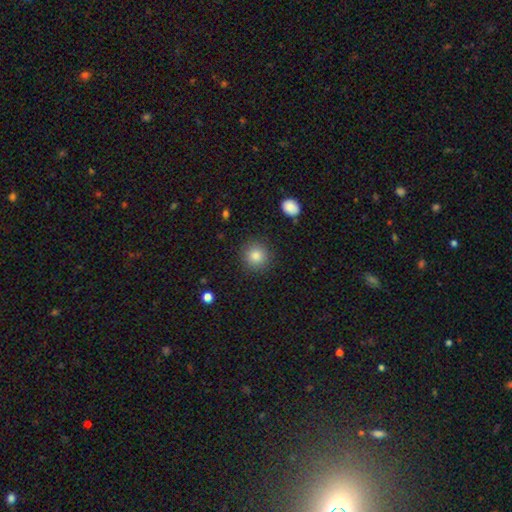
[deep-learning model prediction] A smooth galaxy with no disk features (85%) that is round (93%). Merging: none (90%).